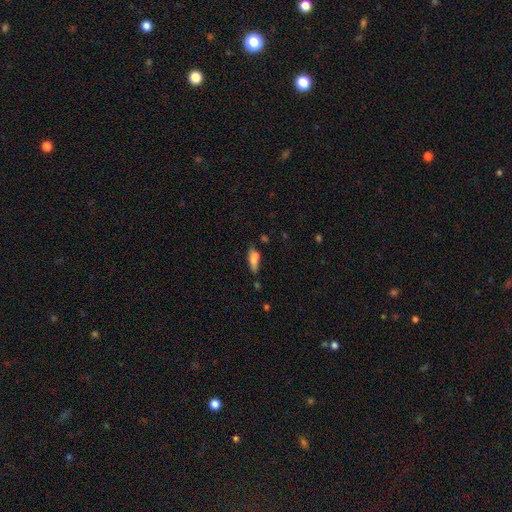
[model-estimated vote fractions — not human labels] This appears to be a smooth galaxy with no disk features (77%) that is in between round and cigar-shaped (53%). Merging: none (50%).